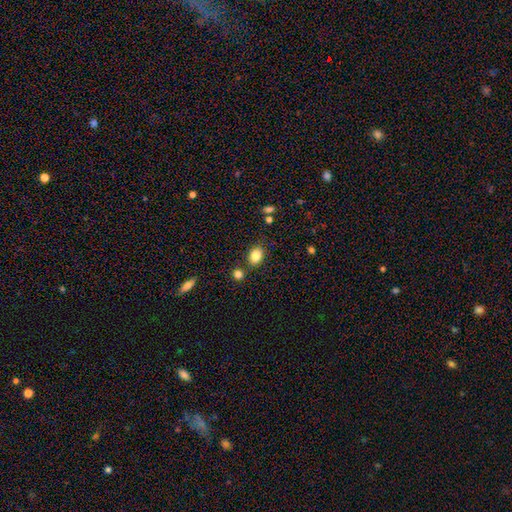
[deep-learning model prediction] Smooth or featured?
  - smooth: 84% *
  - star or artifact: 10%
  - featured or disk: 6%
How rounded?
  - in between: 62% *
  - round: 37%
  - cigar-shaped: 1%
Merging?
  - none: 78% *
  - minor disturbance: 11%
  - merger: 8%
  - major disturbance: 3%